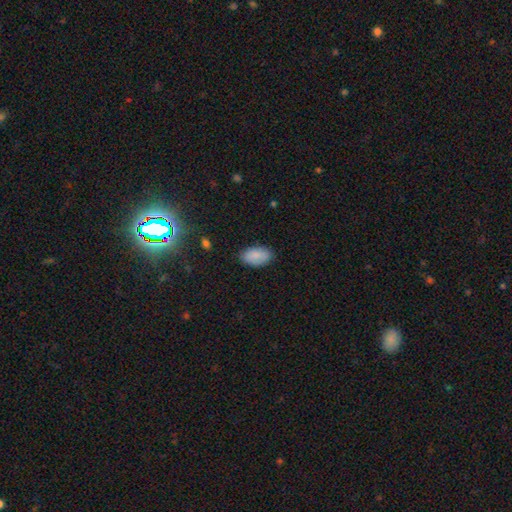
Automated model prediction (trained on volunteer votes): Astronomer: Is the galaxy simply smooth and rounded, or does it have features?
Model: smooth — 87%.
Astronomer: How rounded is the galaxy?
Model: in between — 95%.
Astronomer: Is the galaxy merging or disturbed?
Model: none — 83%.